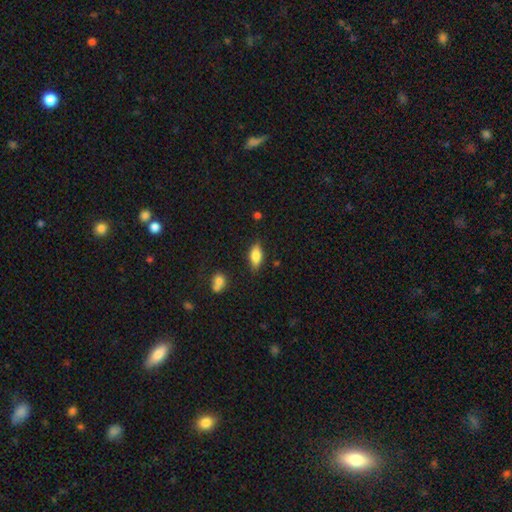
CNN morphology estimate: A smooth galaxy with no disk features (75%) that is in between round and cigar-shaped (77%). Merging: none (82%).